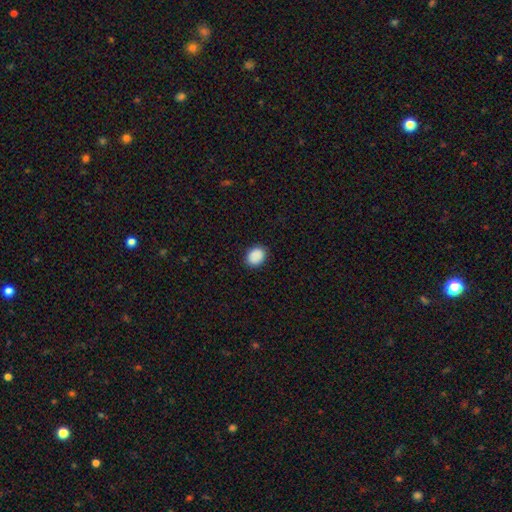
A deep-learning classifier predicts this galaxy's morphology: Overall: smooth (88%). How rounded: in between (57%; round 42%). Merging: none (87%).